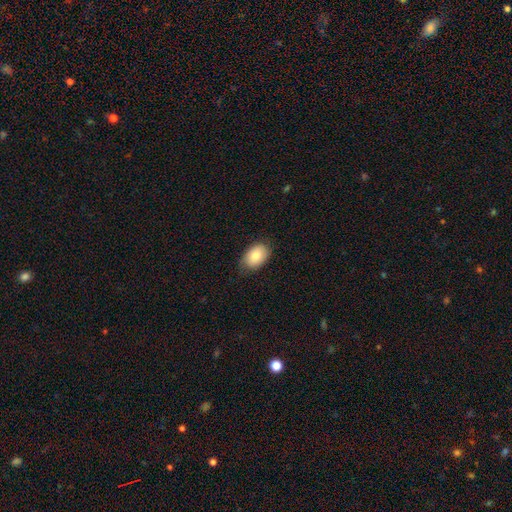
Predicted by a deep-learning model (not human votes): A smooth galaxy with no disk features (81%) that is in between round and cigar-shaped (85%).

Vote fractions:
- Smooth or featured? smooth: 81% / featured or disk: 12% / star or artifact: 7%
- How rounded? in between: 85% / round: 14% / cigar-shaped: 1%
- Merging? none: 78% / minor disturbance: 18% / major disturbance: 3% / merger: 1%